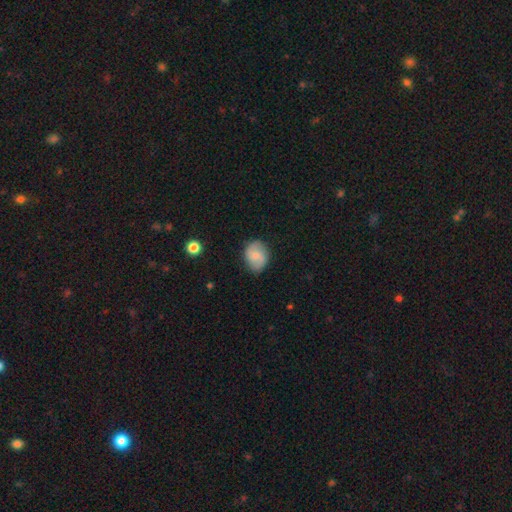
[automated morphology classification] A smooth galaxy with no disk features (55%) that is in between round and cigar-shaped (52%).

Vote fractions:
- Smooth or featured? smooth: 55% / featured or disk: 38% / star or artifact: 7%
- How rounded? in between: 52% / round: 47% / cigar-shaped: 1%
- Merging? none: 77% / minor disturbance: 17% / major disturbance: 4% / merger: 1%